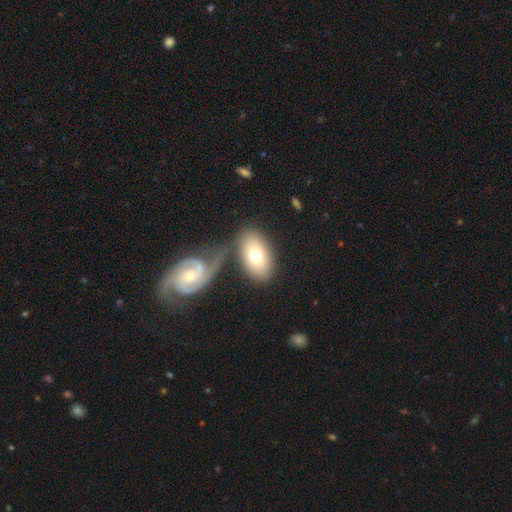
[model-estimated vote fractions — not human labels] Smooth or featured? smooth (68%)
How rounded? in between (89%)
Merging? none (58%)